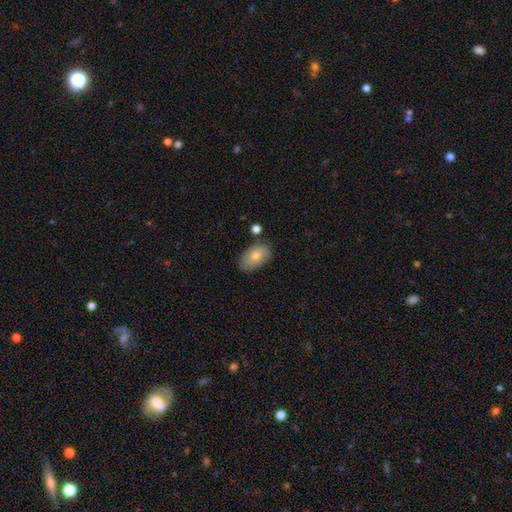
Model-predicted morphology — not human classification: This is likely a smooth galaxy (75%). How rounded: clearly in between (91%). Merging: likely none (75%).